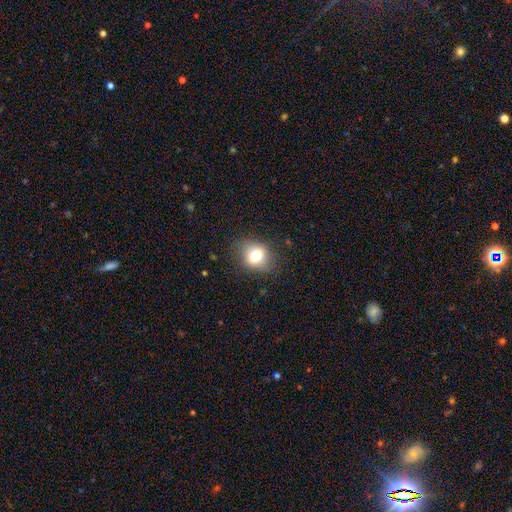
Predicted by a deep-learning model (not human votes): The model was most divided on "how rounded": round: 59%, in between: 39%, cigar-shaped: 1%. More confident: merging — none (79%); smooth or featured — smooth (74%).